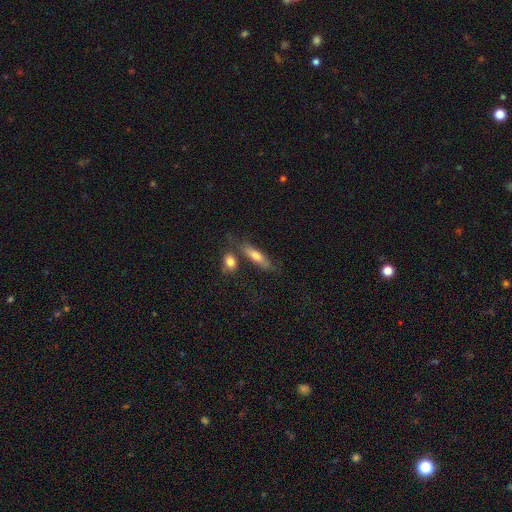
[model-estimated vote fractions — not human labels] Q: Smooth or featured?
A: smooth (65%); runner-up: featured or disk (28%)
Q: How rounded?
A: cigar-shaped (66%); runner-up: in between (30%)
Q: Merging?
A: none (62%); runner-up: minor disturbance (16%)